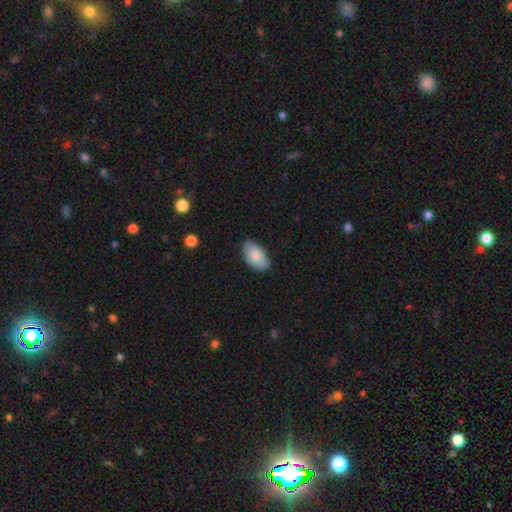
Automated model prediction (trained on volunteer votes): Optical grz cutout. It shows a smooth galaxy with no disk features (84%) that is in between round and cigar-shaped (95%). Merging: none (78%).